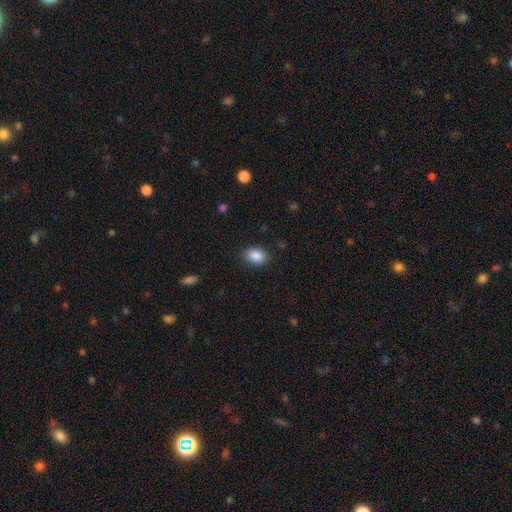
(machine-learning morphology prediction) type=smooth (88%); roundness=in between (72%); merging=none (86%).